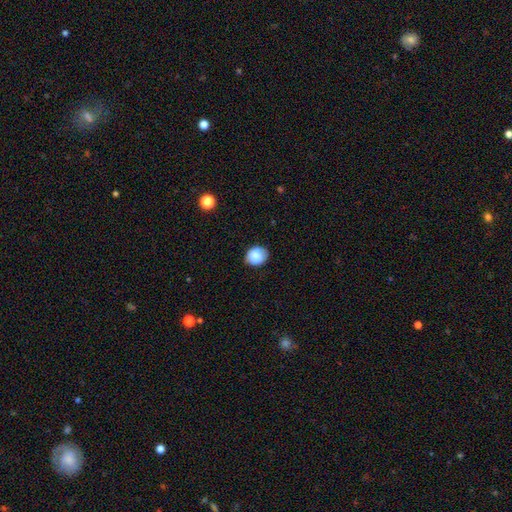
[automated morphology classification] smooth 83%, featured or disk 9%, star or artifact 8%. Down the decision tree: how rounded — round (61%); merging — none (79%).